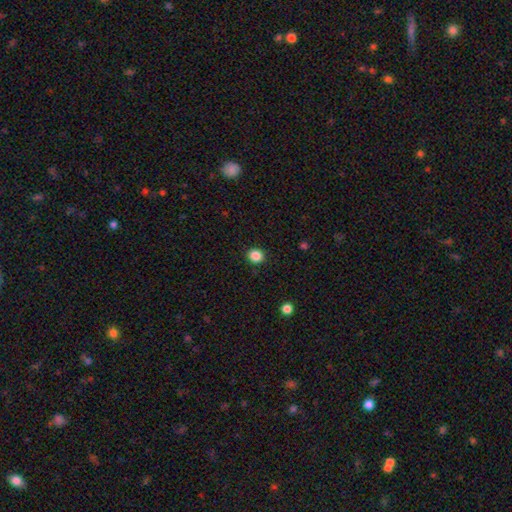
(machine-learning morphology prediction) smooth-or-featured: smooth: 87% | star or artifact: 11% | featured or disk: 3%
  how-rounded: round: 83% | in between: 16% | cigar-shaped: 1%
  merging: none: 91% | minor disturbance: 6% | major disturbance: 2% | merger: 1%